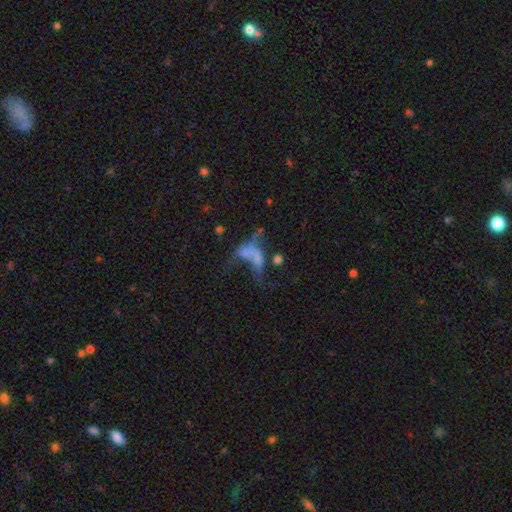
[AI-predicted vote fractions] smooth_or_featured: featured or disk (p=0.43) [alt: smooth p=0.38]
merging: merger (p=0.39) [alt: major disturbance p=0.36]